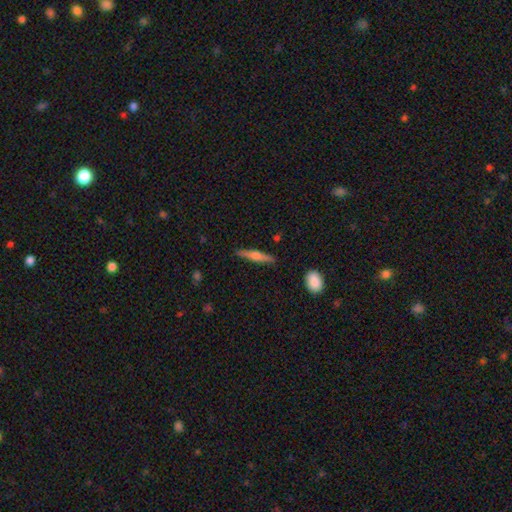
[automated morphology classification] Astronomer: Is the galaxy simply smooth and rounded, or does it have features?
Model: featured or disk — 55% (runner-up: smooth, 39%).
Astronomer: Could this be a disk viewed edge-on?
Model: yes — 97%.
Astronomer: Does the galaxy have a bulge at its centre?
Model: rounded — 82%.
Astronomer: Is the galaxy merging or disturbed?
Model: none — 89%.